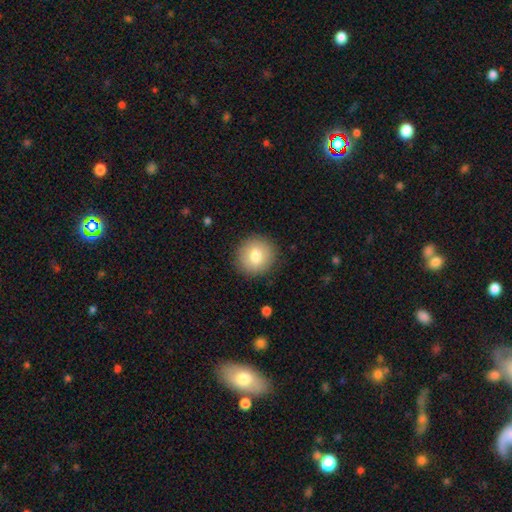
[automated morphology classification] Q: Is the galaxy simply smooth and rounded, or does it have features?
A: smooth — 77%.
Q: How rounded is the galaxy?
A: round — 91%.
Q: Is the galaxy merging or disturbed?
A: none — 89%.